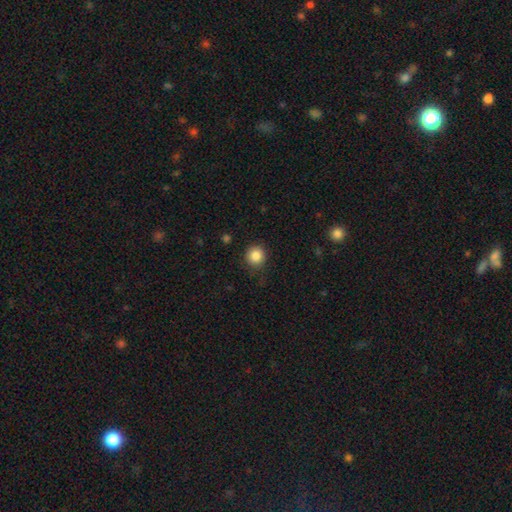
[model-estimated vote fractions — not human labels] Smooth or featured: smooth — 86% (star or artifact — 10%)
How rounded: round — 92% (in between — 7%)
Merging: none — 86% (minor disturbance — 10%)